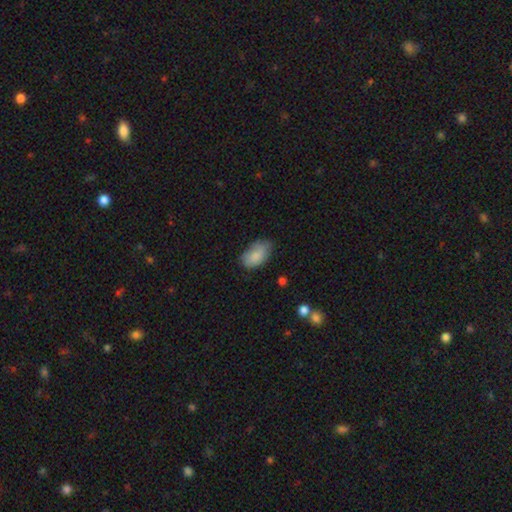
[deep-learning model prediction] Smooth or featured? smooth (83%)
How rounded? in between (92%)
Merging? none (57%)